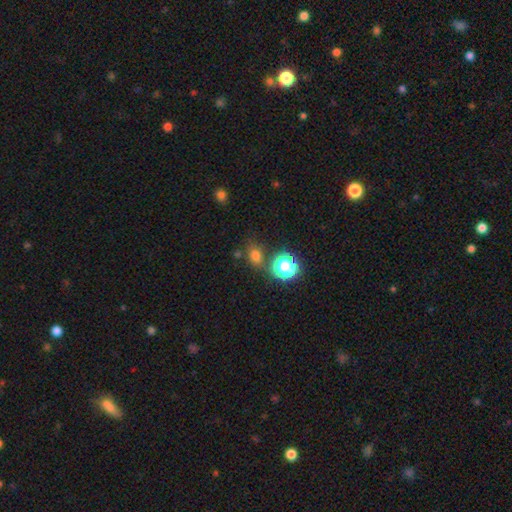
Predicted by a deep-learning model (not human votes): smooth-or-featured: smooth: 71% | star or artifact: 22% | featured or disk: 7%
  how-rounded: round: 53% | in between: 46% | cigar-shaped: 2%
  merging: none: 73% | minor disturbance: 13% | merger: 9% | major disturbance: 5%